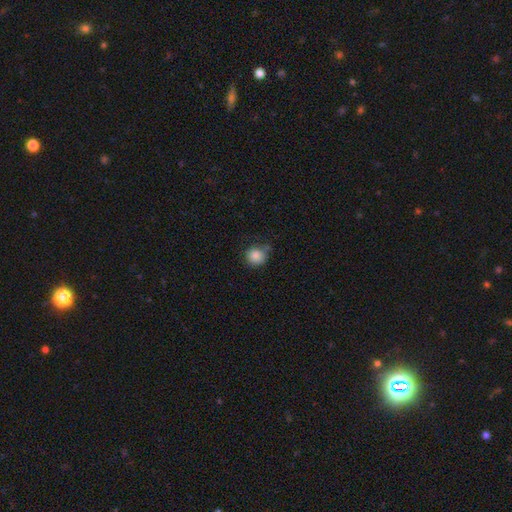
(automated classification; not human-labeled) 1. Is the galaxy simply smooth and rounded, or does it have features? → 86% smooth, 9% star or artifact, 5% featured or disk.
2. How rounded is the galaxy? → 88% round, 11% in between, 1% cigar-shaped.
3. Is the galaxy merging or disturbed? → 65% none, 25% minor disturbance, 5% major disturbance, 4% merger.